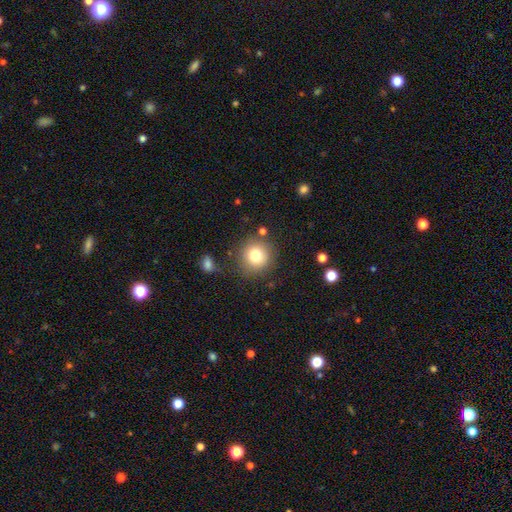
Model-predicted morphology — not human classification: smooth_or_featured: smooth (p=0.79) [alt: star or artifact p=0.11]
how_rounded: round (p=0.92) [alt: in between p=0.07]
merging: none (p=0.82) [alt: minor disturbance p=0.10]